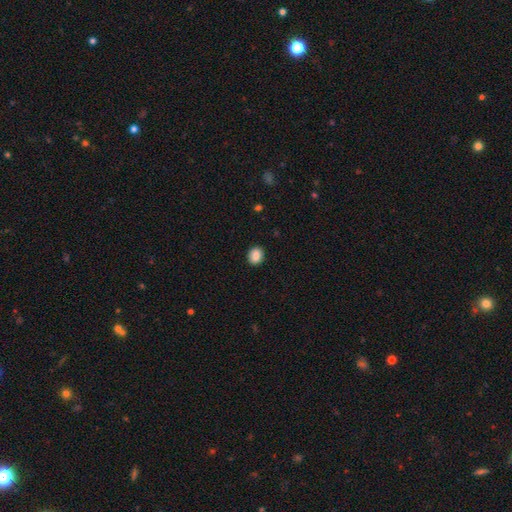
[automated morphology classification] This appears to be a smooth galaxy with no disk features (87%) that is round (59%). Merging: none (90%).